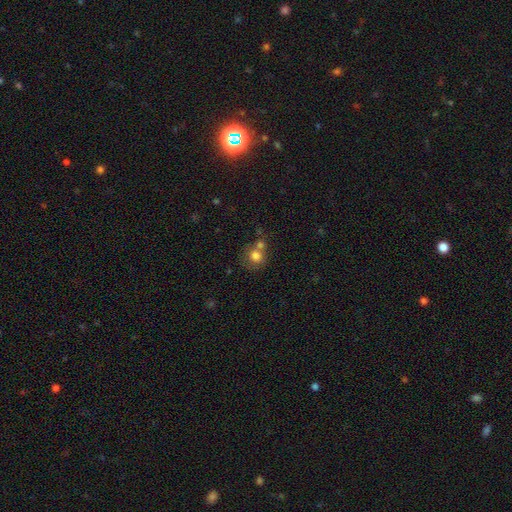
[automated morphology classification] Q: Smooth or featured?
A: smooth (77%); runner-up: featured or disk (13%)
Q: How rounded?
A: round (82%); runner-up: in between (17%)
Q: Merging?
A: none (44%); runner-up: merger (39%)